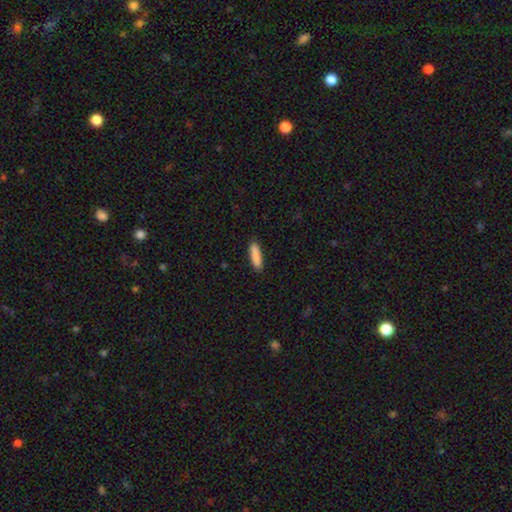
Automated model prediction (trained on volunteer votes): This appears to be a smooth galaxy with no disk features (88%) that is cigar-shaped (70%). Merging: none (89%).